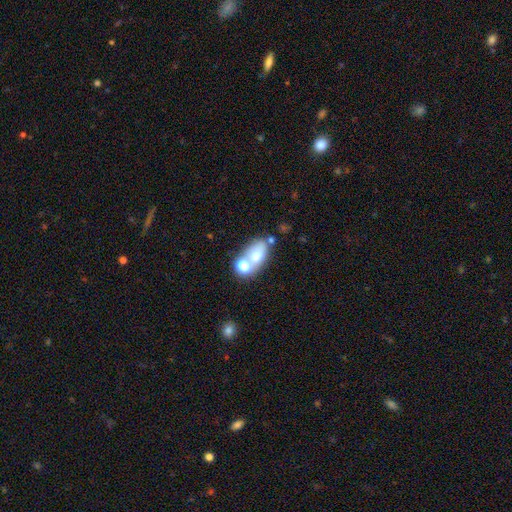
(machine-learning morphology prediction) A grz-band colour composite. It shows a smooth galaxy with no disk features (65%) that is in between round and cigar-shaped (77%). Merging: merger (43%).